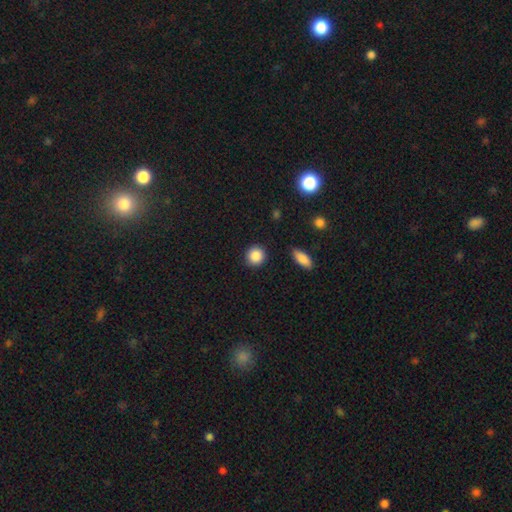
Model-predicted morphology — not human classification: smooth_or_featured: smooth (p=0.88) [alt: star or artifact p=0.08]
how_rounded: round (p=0.89) [alt: in between p=0.10]
merging: none (p=0.90) [alt: minor disturbance p=0.06]